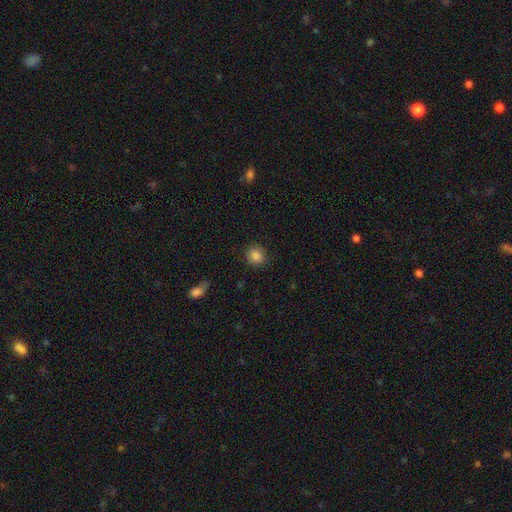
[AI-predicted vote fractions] This appears to be a smooth galaxy with no disk features (86%) that is round (83%). Merging: none (87%).